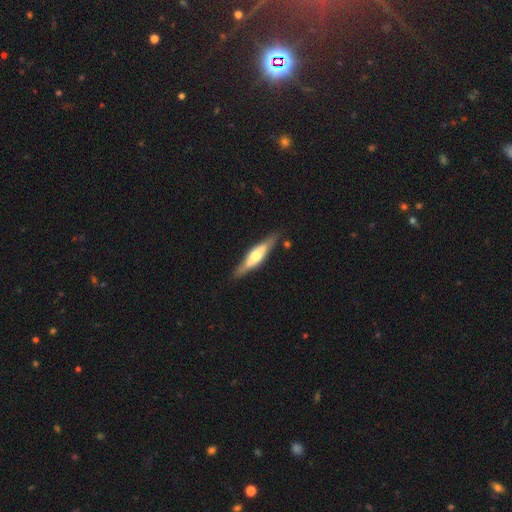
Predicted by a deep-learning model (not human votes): This appears to be a featured or disk galaxy (61%) viewed edge-on (90%) with a rounded central bulge (83%). Merging: none (83%).